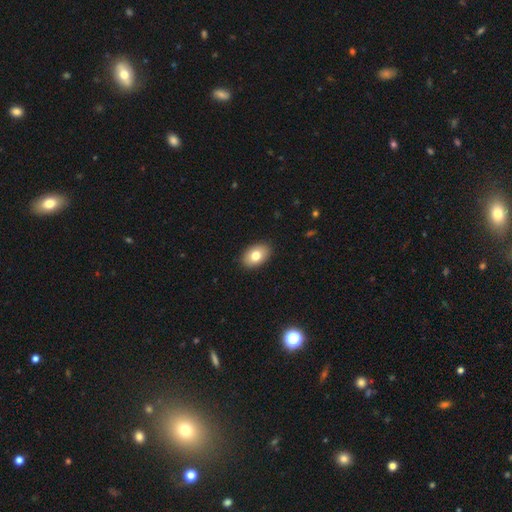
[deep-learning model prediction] The model was most divided on "smooth or featured": smooth: 79%, featured or disk: 14%, star or artifact: 8%. More confident: merging — none (90%); how rounded — in between (87%).